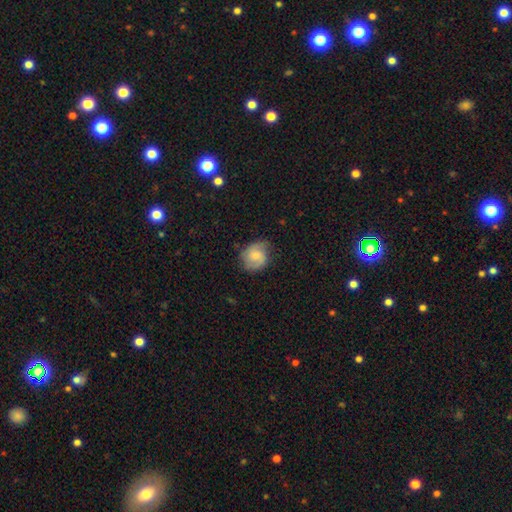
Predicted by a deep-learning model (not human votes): featured or disk 48%, smooth 45%, star or artifact 7%. Down the decision tree: merging — none (67%).